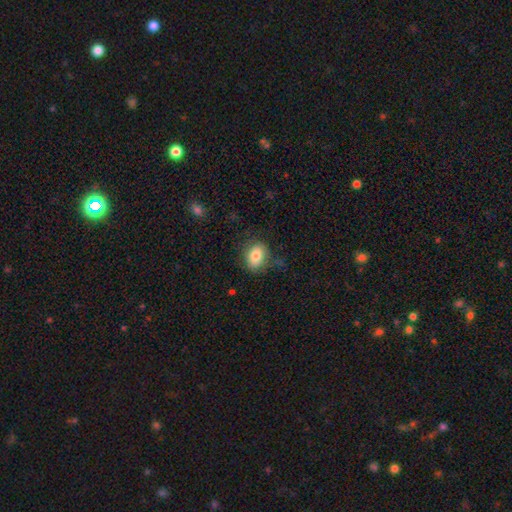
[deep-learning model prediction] This appears to be a smooth galaxy with no disk features (80%) that is in between round and cigar-shaped (74%). Merging: none (71%).